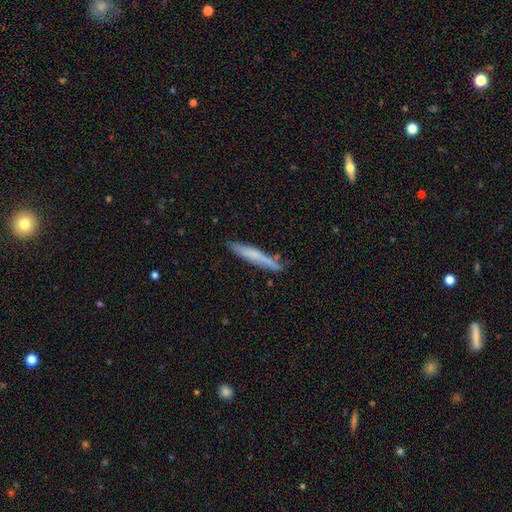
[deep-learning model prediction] This is likely a smooth galaxy (62%). How rounded: clearly cigar-shaped (95%). Merging: likely none (79%).